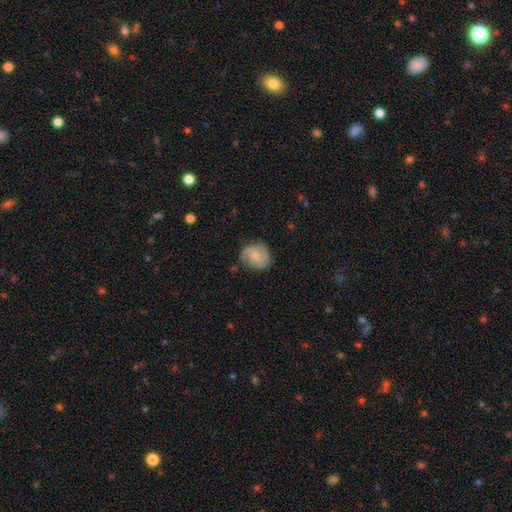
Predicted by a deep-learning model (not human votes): Smooth or featured: featured or disk — 54% (smooth — 39%)
Edge-on disk: no — 97% (yes — 3%)
Bar: no — 63% (weak — 32%)
Spiral arms: yes — 89% (no — 11%)
Bulge size: small — 55% (moderate — 35%)
Merging: none — 72% (minor disturbance — 20%)